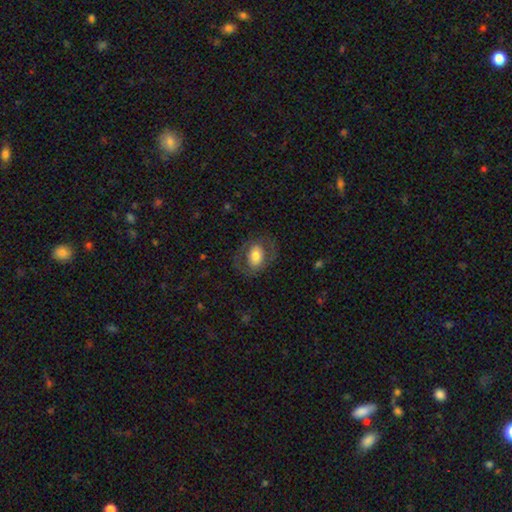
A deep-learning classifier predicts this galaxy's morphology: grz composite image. It shows a smooth galaxy with no disk features (60%) that is in between round and cigar-shaped (75%). Merging: none (71%).